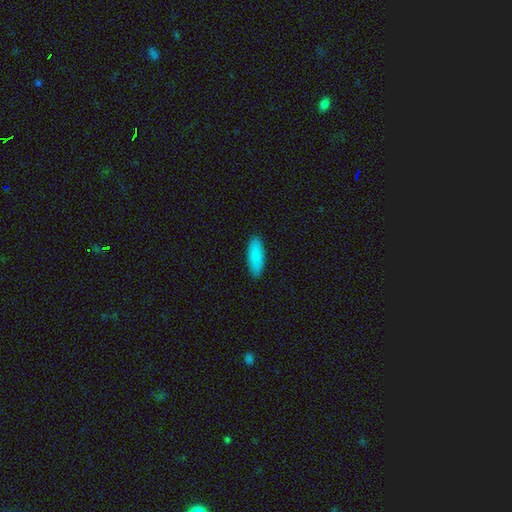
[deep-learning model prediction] Smooth or featured? Predicted: smooth (p=0.88). How rounded? Predicted: in between (p=0.66). Merging? Predicted: none (p=0.89).